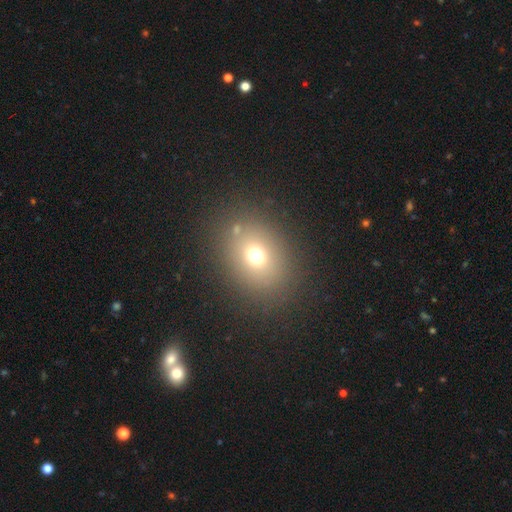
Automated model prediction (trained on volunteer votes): Smooth or featured?
  - smooth: 69% *
  - star or artifact: 18%
  - featured or disk: 13%
How rounded?
  - round: 53% *
  - in between: 46%
  - cigar-shaped: 1%
Merging?
  - none: 82% *
  - minor disturbance: 9%
  - major disturbance: 5%
  - merger: 3%